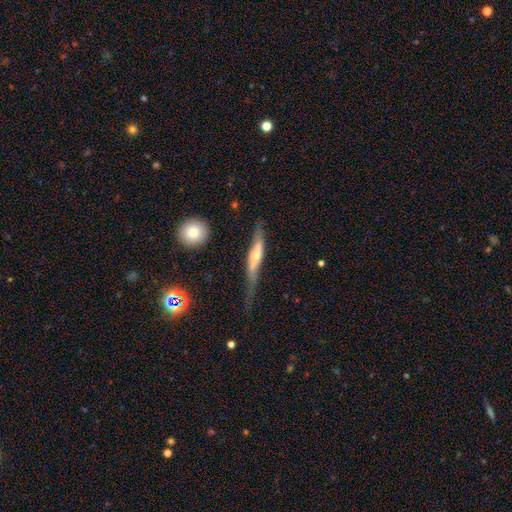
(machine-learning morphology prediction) A featured or disk galaxy (58%) viewed edge-on (81%). Merging: none (42%).